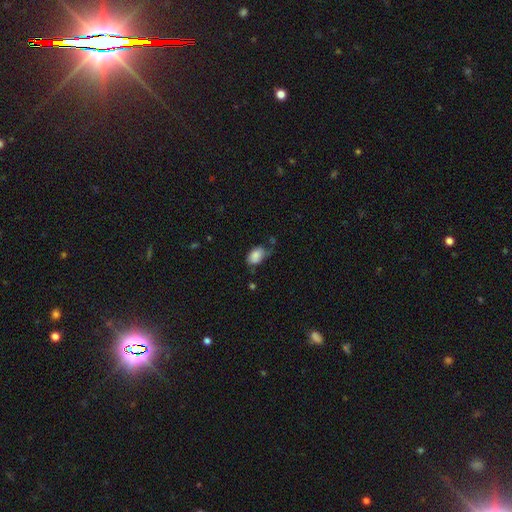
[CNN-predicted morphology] Smooth or featured?
  - smooth: 82% *
  - featured or disk: 10%
  - star or artifact: 8%
How rounded?
  - in between: 87% *
  - round: 12%
  - cigar-shaped: 1%
Merging?
  - none: 46% *
  - minor disturbance: 34%
  - major disturbance: 15%
  - merger: 6%